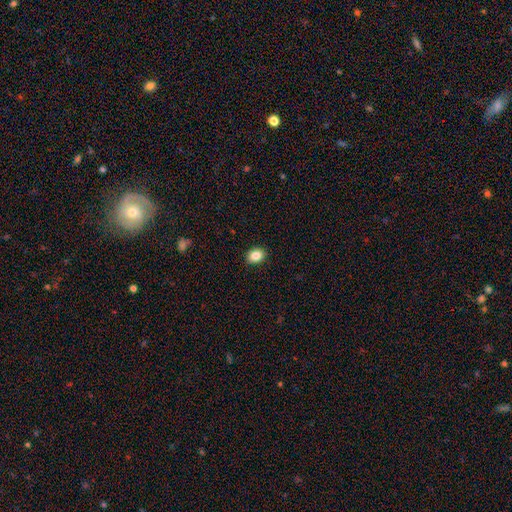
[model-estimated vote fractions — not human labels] The model was most divided on "how rounded": in between: 62%, round: 37%, cigar-shaped: 1%. More confident: merging — none (90%); smooth or featured — smooth (86%).